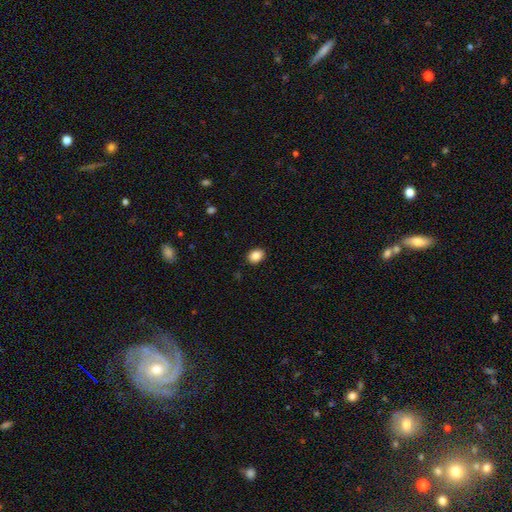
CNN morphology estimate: Smooth or featured? Predicted: smooth (p=0.87). How rounded? Predicted: in between (p=0.61). Merging? Predicted: none (p=0.90).